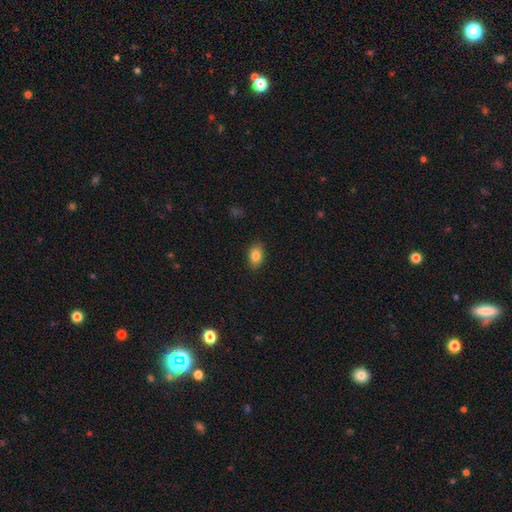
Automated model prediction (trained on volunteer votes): Q: Smooth or featured?
A: smooth (83%); runner-up: featured or disk (9%)
Q: How rounded?
A: in between (86%); runner-up: round (12%)
Q: Merging?
A: none (89%); runner-up: minor disturbance (8%)